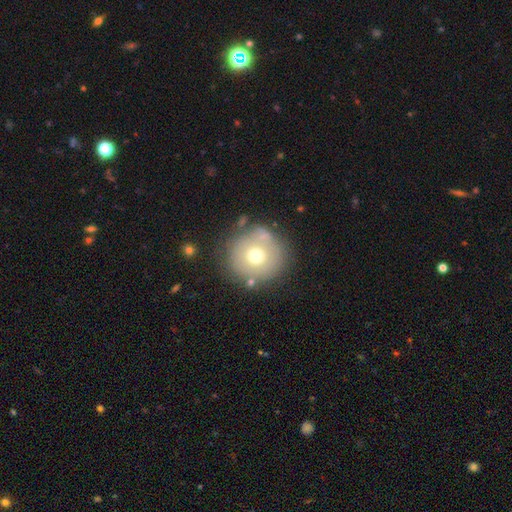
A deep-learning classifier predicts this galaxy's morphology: Overall: smooth (62%; featured or disk 28%). How rounded: round (93%). Merging: none (76%).